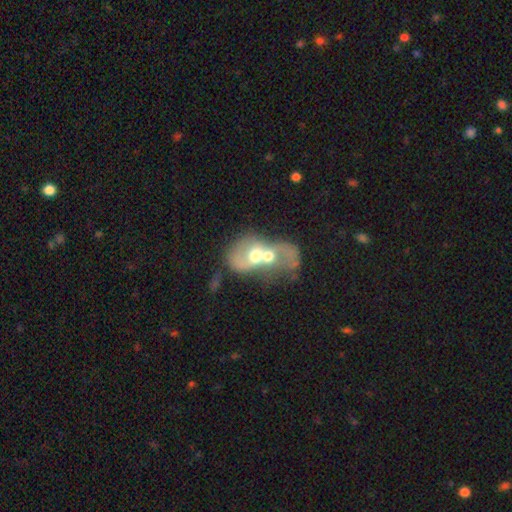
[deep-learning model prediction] A featured or disk galaxy (59%) with no bar (74%), no spiral arms (51%) and a moderate central bulge (66%).

Vote fractions:
- Smooth or featured? featured or disk: 59% / smooth: 31% / star or artifact: 10%
- Edge-on disk? no: 96% / yes: 4%
- Bar? no: 74% / weak: 19% / strong: 6%
- Spiral arms? no: 51% / yes: 49%
- Bulge size? moderate: 66% / small: 16% / large: 11% / none: 4% / dominant: 2%
- Merging? merger: 76% / none: 10% / major disturbance: 9% / minor disturbance: 6%